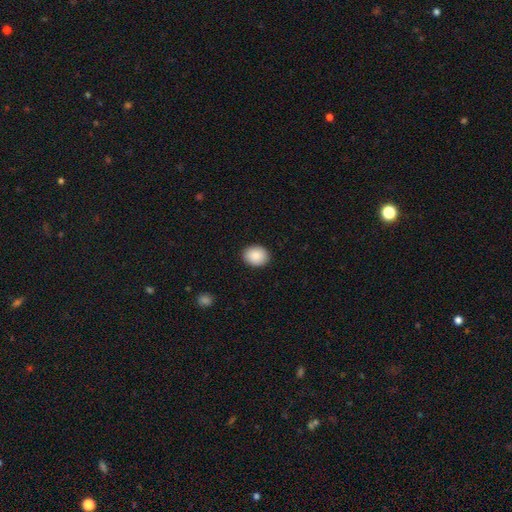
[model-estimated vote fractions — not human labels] A smooth galaxy with no disk features (89%) that is in between round and cigar-shaped (52%). Merging: none (91%).